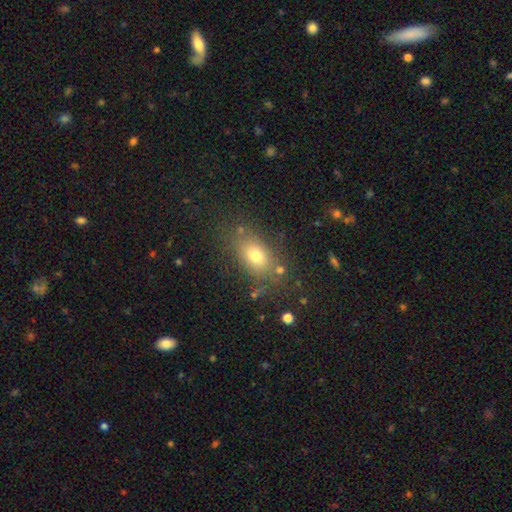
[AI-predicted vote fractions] Overall: smooth (72%). How rounded: in between (76%). Merging: none (74%).